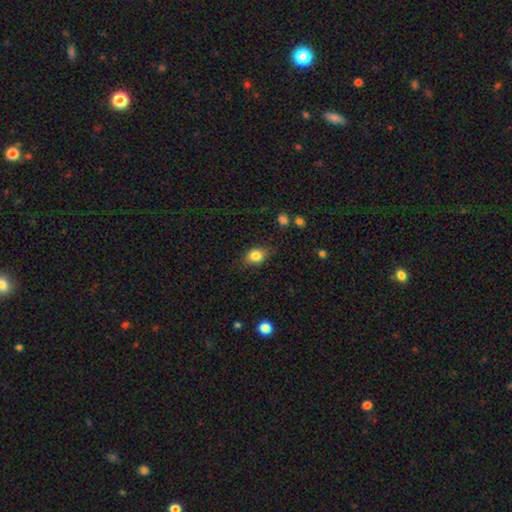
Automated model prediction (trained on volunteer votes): A smooth galaxy with no disk features (81%) that is in between round and cigar-shaped (60%). Merging: none (76%).